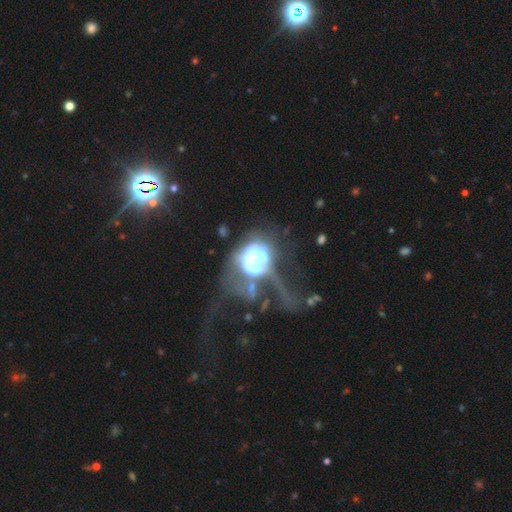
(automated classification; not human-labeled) Morphology: type=featured or disk (66%); edge-on=no (97%); bar=no (73%); spiral arms=no (70%); bulge=large (36%); merging=major disturbance (44%).